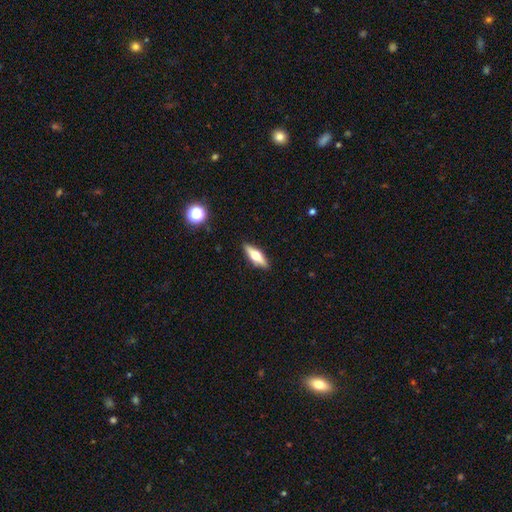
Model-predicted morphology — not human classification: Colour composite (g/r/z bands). It shows a featured or disk galaxy (54%) viewed edge-on (93%) with a rounded central bulge (94%). Merging: none (90%).